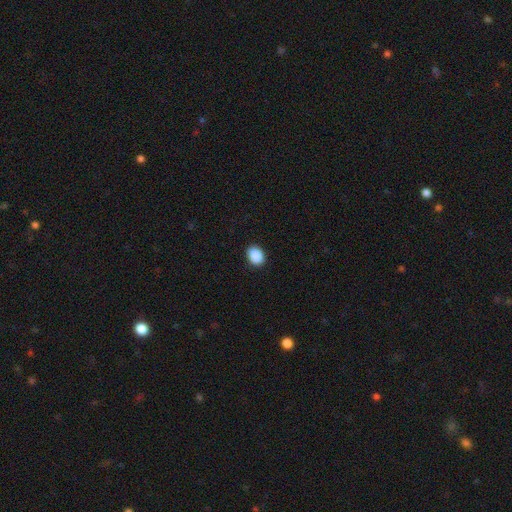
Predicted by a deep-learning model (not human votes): This appears to be a smooth galaxy with no disk features (90%) that is in between round and cigar-shaped (59%). Merging: none (90%).